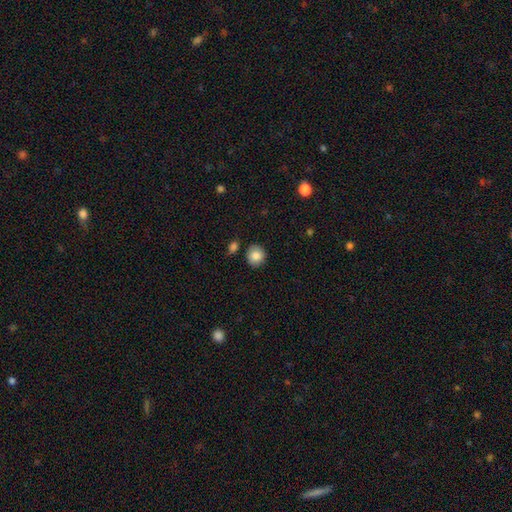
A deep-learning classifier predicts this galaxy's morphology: smooth 85%, star or artifact 8%, featured or disk 7%. Down the decision tree: how rounded — round (84%); merging — none (83%).